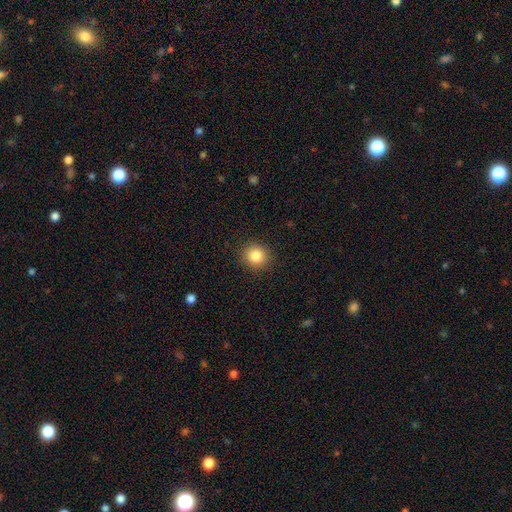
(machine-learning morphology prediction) Smooth or featured? smooth (85%)
How rounded? round (89%)
Merging? none (91%)